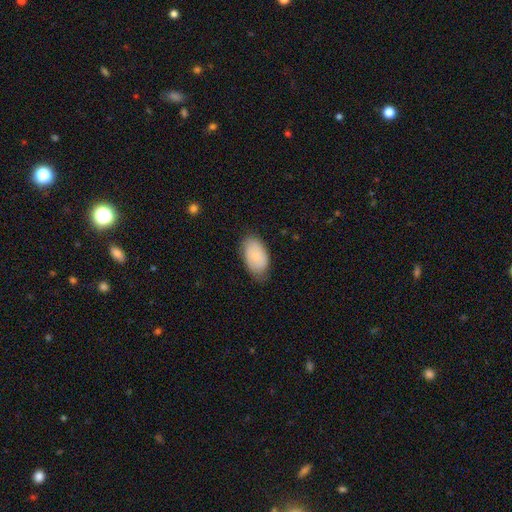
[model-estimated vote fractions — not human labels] Morphology: type=smooth (71%); roundness=in between (94%); merging=none (72%).